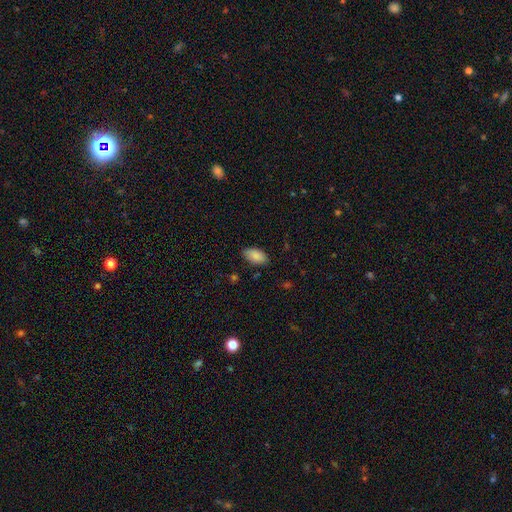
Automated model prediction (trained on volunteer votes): smooth-or-featured: smooth: 87% | star or artifact: 7% | featured or disk: 6%
  how-rounded: in between: 94% | cigar-shaped: 3% | round: 3%
  merging: none: 83% | minor disturbance: 13% | major disturbance: 2% | merger: 1%